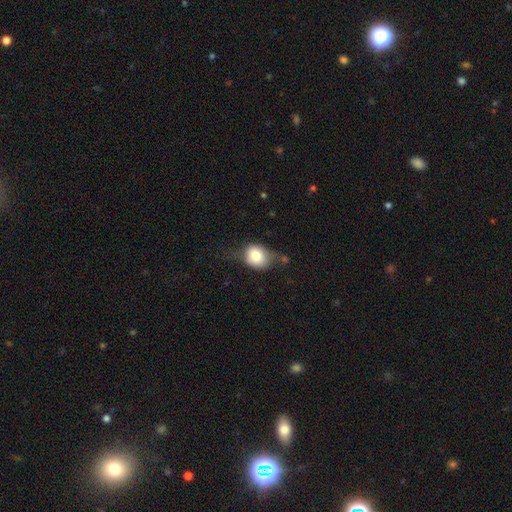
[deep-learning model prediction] The model was most divided on "merging": none: 43%, minor disturbance: 35%, major disturbance: 16%, merger: 6%. More confident: smooth or featured — smooth (75%); how rounded — round (56%).